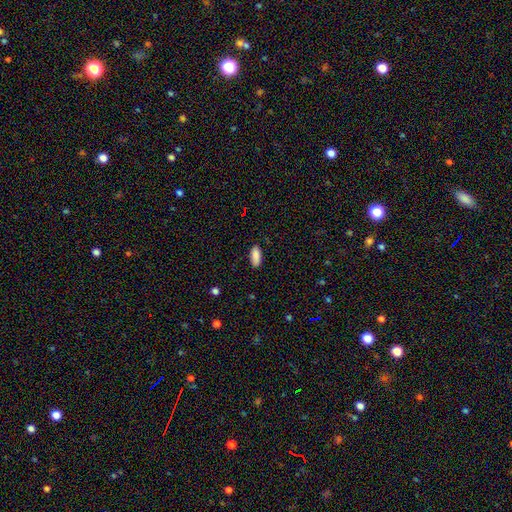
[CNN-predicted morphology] Smooth or featured? Predicted: smooth (p=0.89). How rounded? Predicted: in between (p=0.82). Merging? Predicted: none (p=0.87).